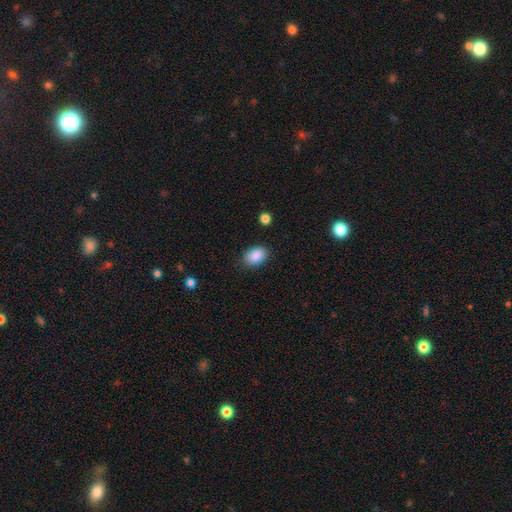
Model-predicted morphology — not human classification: Smooth or featured?
  - smooth: 89% *
  - star or artifact: 7%
  - featured or disk: 4%
How rounded?
  - in between: 86% *
  - round: 13%
  - cigar-shaped: 1%
Merging?
  - none: 84% *
  - minor disturbance: 12%
  - major disturbance: 3%
  - merger: 1%